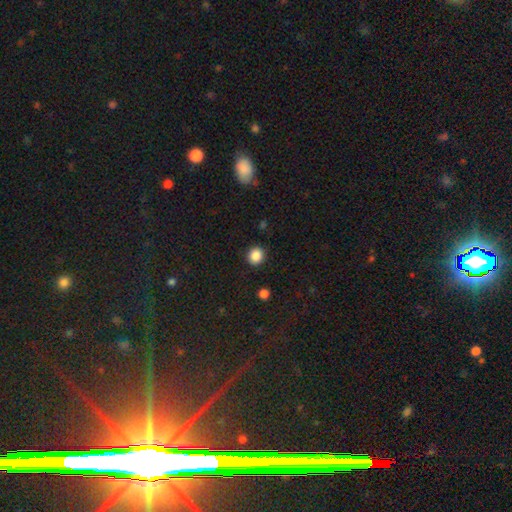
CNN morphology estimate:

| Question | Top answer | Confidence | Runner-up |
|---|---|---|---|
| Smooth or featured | smooth | 86% | star or artifact (10%) |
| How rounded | round | 86% | in between (13%) |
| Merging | none | 91% | minor disturbance (6%) |